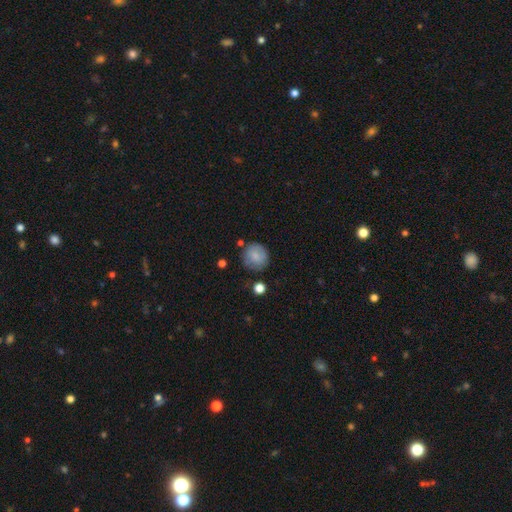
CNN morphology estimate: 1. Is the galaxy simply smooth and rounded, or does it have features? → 75% smooth, 17% featured or disk, 8% star or artifact.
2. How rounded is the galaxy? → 87% round, 12% in between, 1% cigar-shaped.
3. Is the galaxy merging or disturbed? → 72% none, 18% minor disturbance, 6% major disturbance, 4% merger.